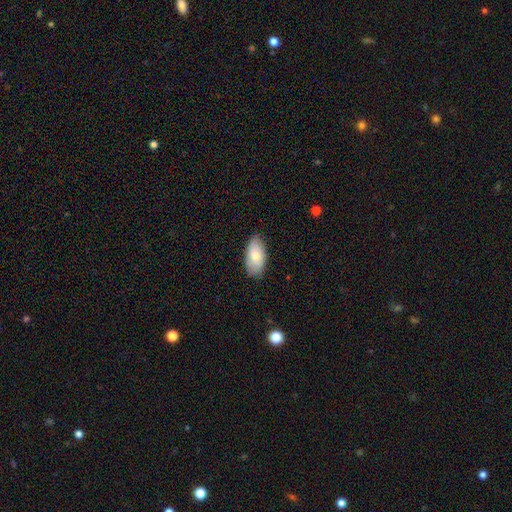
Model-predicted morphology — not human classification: smooth_or_featured: smooth (p=0.72) [alt: featured or disk p=0.22]
how_rounded: in between (p=0.94) [alt: cigar-shaped p=0.03]
merging: none (p=0.83) [alt: minor disturbance p=0.13]